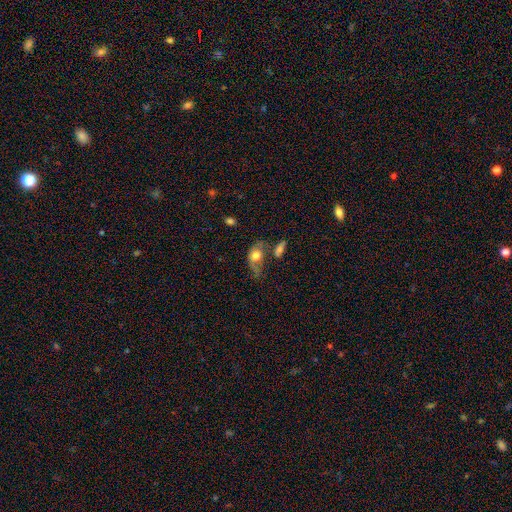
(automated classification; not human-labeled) This is likely a smooth galaxy (63%). How rounded: likely in between (77%). Merging: marginally none (30%).